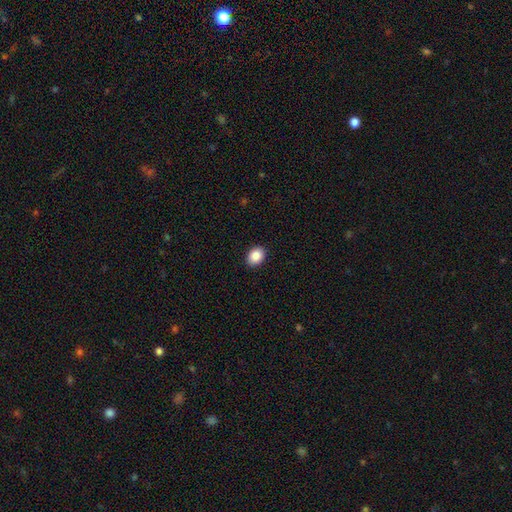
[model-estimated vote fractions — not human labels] Smooth or featured?
  - smooth: 88% *
  - star or artifact: 8%
  - featured or disk: 4%
How rounded?
  - in between: 64% *
  - round: 35%
  - cigar-shaped: 1%
Merging?
  - none: 90% *
  - minor disturbance: 7%
  - major disturbance: 2%
  - merger: 1%